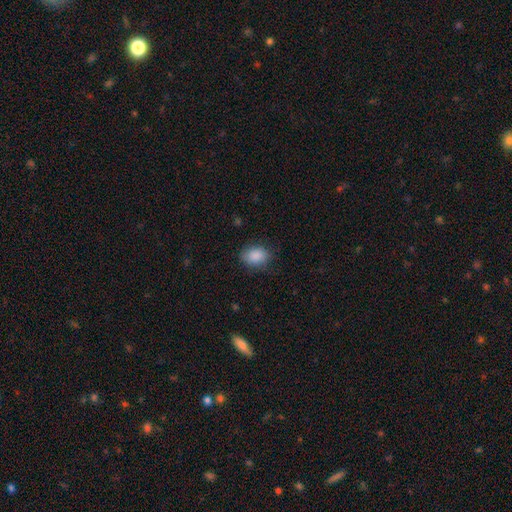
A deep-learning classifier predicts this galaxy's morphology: smooth 89%, star or artifact 7%, featured or disk 4%. Down the decision tree: how rounded — in between (71%); merging — none (80%).